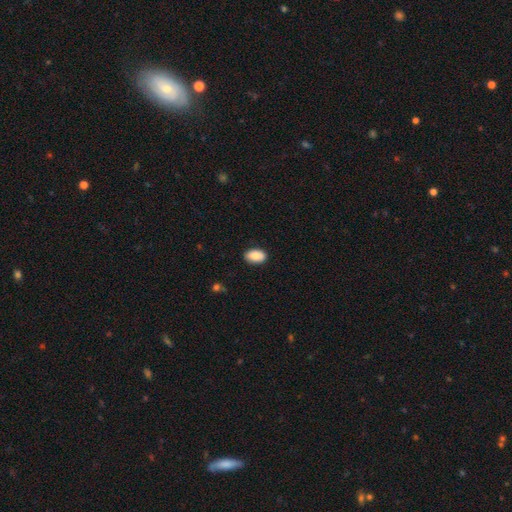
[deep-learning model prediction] The model was most divided on "smooth or featured": smooth: 84%, featured or disk: 9%, star or artifact: 7%. More confident: how rounded — in between (91%); merging — none (87%).